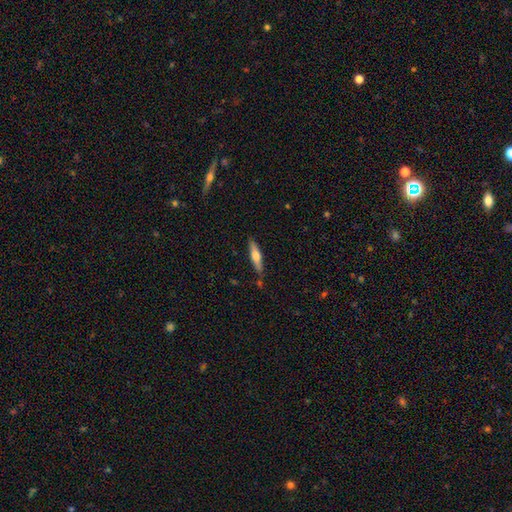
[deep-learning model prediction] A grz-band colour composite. It shows a smooth galaxy with no disk features (50%). Merging: none (82%).